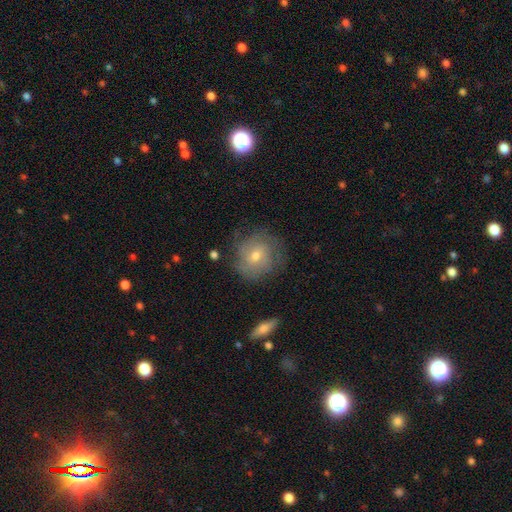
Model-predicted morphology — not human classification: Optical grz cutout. It shows a featured or disk galaxy (52%). Merging: none (75%).